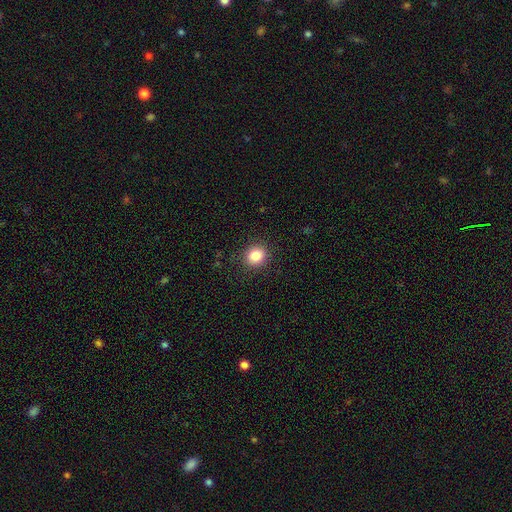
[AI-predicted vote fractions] Smooth or featured?
  - smooth: 84% *
  - star or artifact: 11%
  - featured or disk: 6%
How rounded?
  - round: 80% *
  - in between: 20%
  - cigar-shaped: 1%
Merging?
  - none: 89% *
  - minor disturbance: 8%
  - major disturbance: 2%
  - merger: 1%